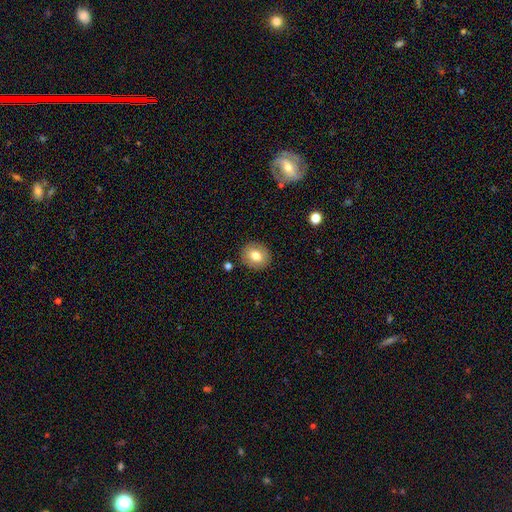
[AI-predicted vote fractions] smooth 76%, featured or disk 15%, star or artifact 9%. Down the decision tree: how rounded — round (71%); merging — none (88%).